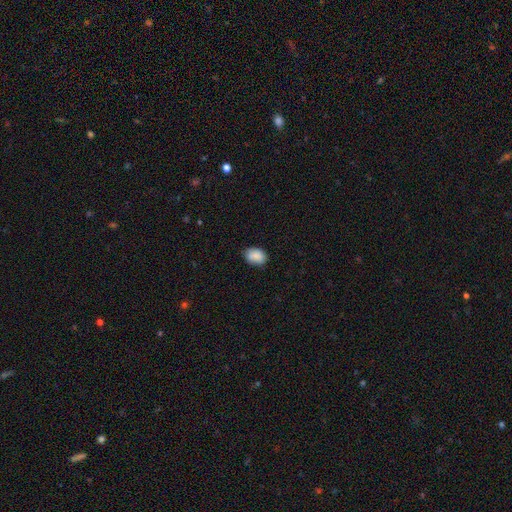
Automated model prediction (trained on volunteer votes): Smooth or featured?
  - smooth: 85% *
  - star or artifact: 8%
  - featured or disk: 7%
How rounded?
  - in between: 78% *
  - round: 21%
  - cigar-shaped: 1%
Merging?
  - none: 76% *
  - minor disturbance: 19%
  - major disturbance: 3%
  - merger: 2%